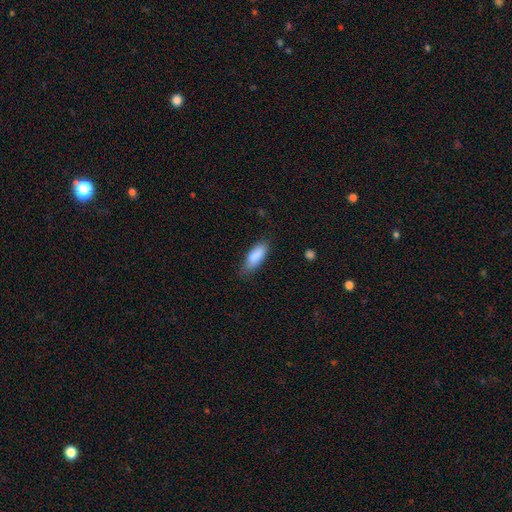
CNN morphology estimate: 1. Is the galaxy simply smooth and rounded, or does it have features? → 88% smooth, 6% featured or disk, 6% star or artifact.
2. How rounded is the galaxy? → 73% in between, 25% cigar-shaped, 2% round.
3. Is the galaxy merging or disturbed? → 71% none, 23% minor disturbance, 5% major disturbance, 1% merger.